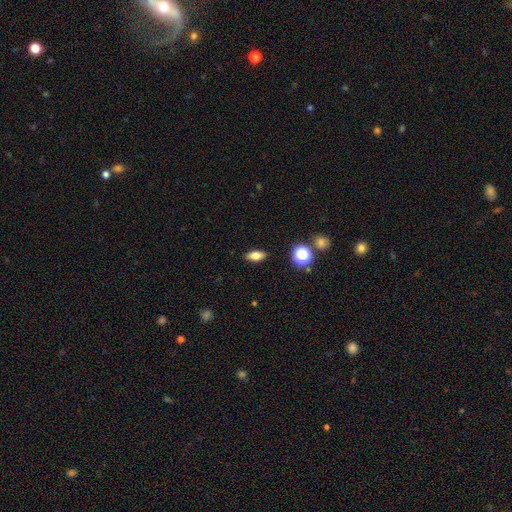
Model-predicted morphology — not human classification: Smooth or featured: smooth — 75% (featured or disk — 13%)
How rounded: in between — 80% (cigar-shaped — 11%)
Merging: none — 88% (minor disturbance — 8%)